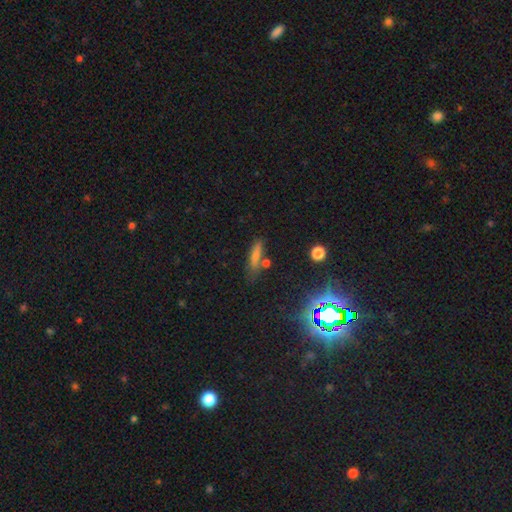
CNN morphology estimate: smooth 62%, star or artifact 22%, featured or disk 16%. Down the decision tree: how rounded — cigar-shaped (73%); merging — none (69%).